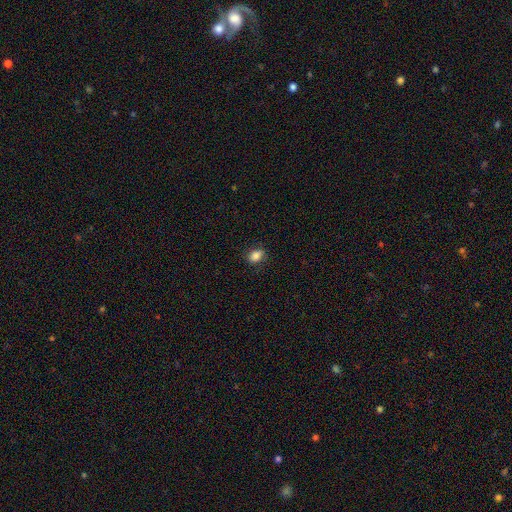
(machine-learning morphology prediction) smooth-or-featured: smooth: 85% | star or artifact: 9% | featured or disk: 5%
  how-rounded: in between: 75% | round: 23% | cigar-shaped: 2%
  merging: none: 83% | minor disturbance: 13% | major disturbance: 3% | merger: 1%